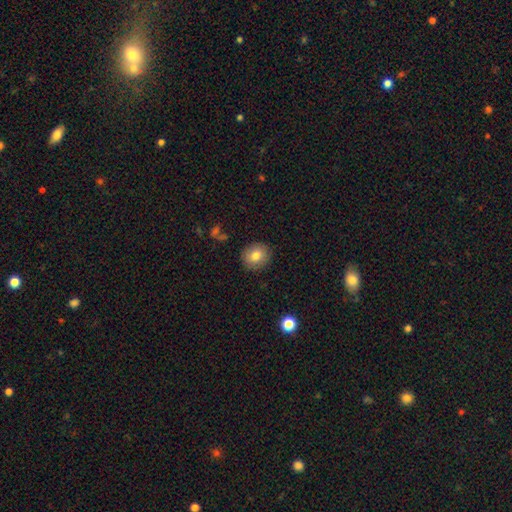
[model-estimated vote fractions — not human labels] Q: Smooth or featured?
A: smooth (79%); runner-up: featured or disk (11%)
Q: How rounded?
A: round (81%); runner-up: in between (18%)
Q: Merging?
A: none (89%); runner-up: minor disturbance (8%)